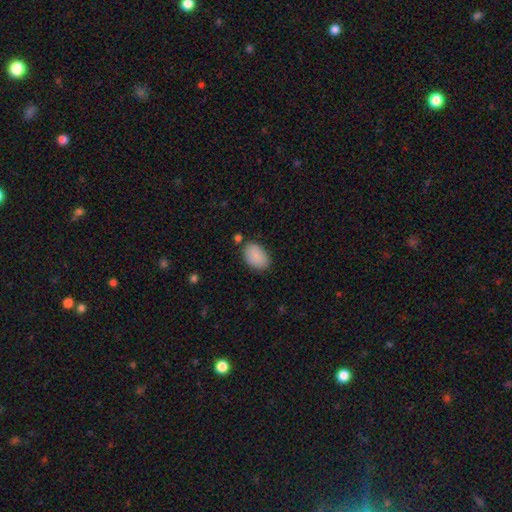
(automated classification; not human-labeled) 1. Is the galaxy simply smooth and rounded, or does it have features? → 89% smooth, 6% star or artifact, 5% featured or disk.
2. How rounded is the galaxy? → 92% in between, 7% round, 1% cigar-shaped.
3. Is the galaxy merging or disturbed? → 79% none, 14% minor disturbance, 3% merger, 3% major disturbance.